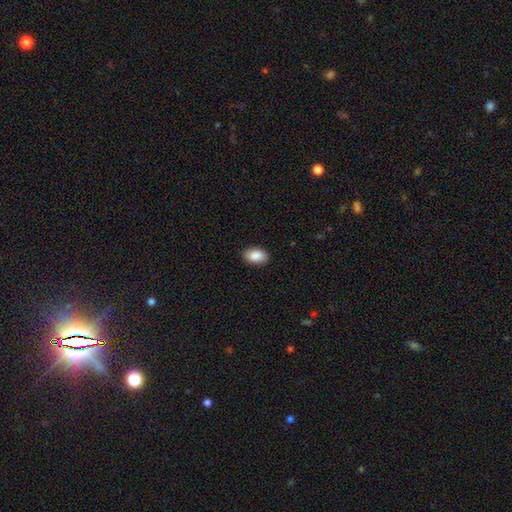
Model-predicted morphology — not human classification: A smooth galaxy with no disk features (89%) that is in between round and cigar-shaped (92%). Merging: none (88%).